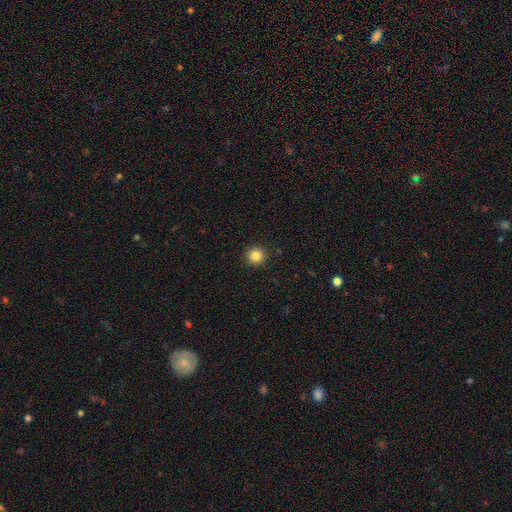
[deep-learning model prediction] A smooth galaxy with no disk features (84%) that is round (95%). Merging: none (92%).